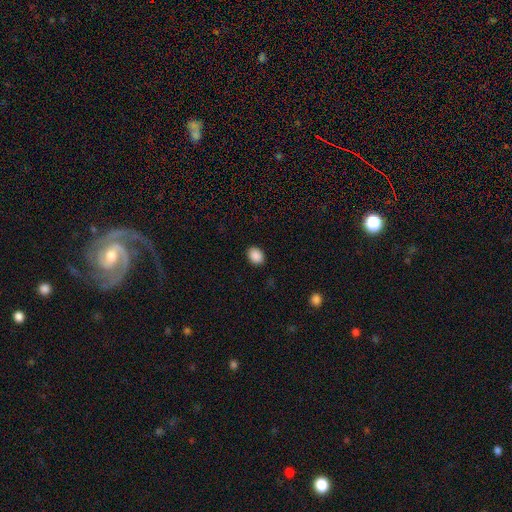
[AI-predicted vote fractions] This is clearly a smooth galaxy (89%). How rounded: likely in between (64%). Merging: clearly none (90%).